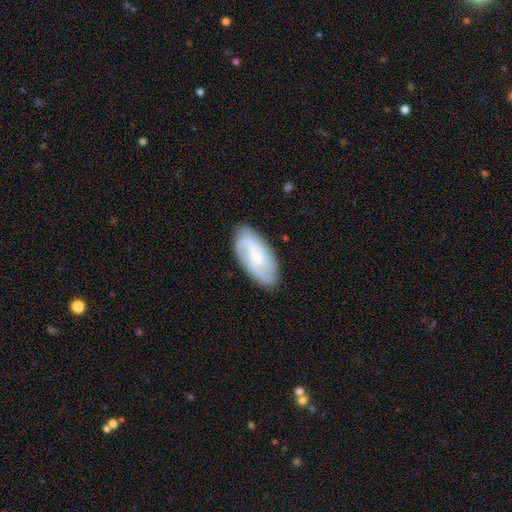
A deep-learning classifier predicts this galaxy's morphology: A featured or disk galaxy (68%) with no bar (50%), 2 (46%) medium (43%) spiral arms (93%) and a small central bulge (65%).

Vote fractions:
- Smooth or featured? featured or disk: 68% / smooth: 26% / star or artifact: 6%
- Edge-on disk? no: 94% / yes: 6%
- Bar? no: 50% / weak: 41% / strong: 9%
- Spiral arms? yes: 93% / no: 7%
- Spiral winding? medium: 43% / tight: 40% / loose: 18%
- Spiral arm count? 2: 46% / can't tell: 24% / 3: 19% / 4: 5% / 1: 4% / more than 4: 3%
- Bulge size? small: 65% / moderate: 24% / none: 8% / large: 2% / dominant: 1%
- Merging? none: 82% / minor disturbance: 14% / major disturbance: 3% / merger: 1%